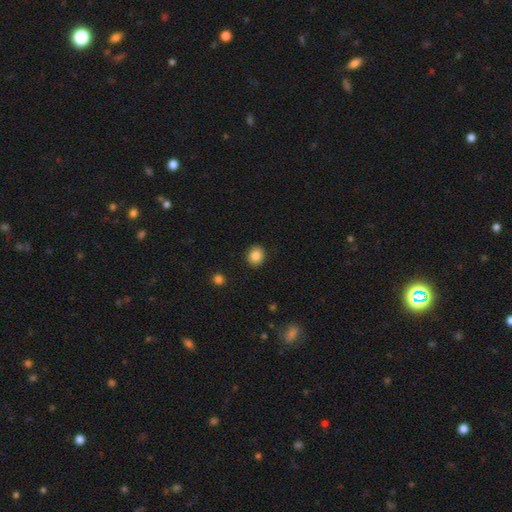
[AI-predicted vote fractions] Smooth or featured: smooth — 86% (star or artifact — 9%)
How rounded: round — 75% (in between — 24%)
Merging: none — 91% (minor disturbance — 6%)